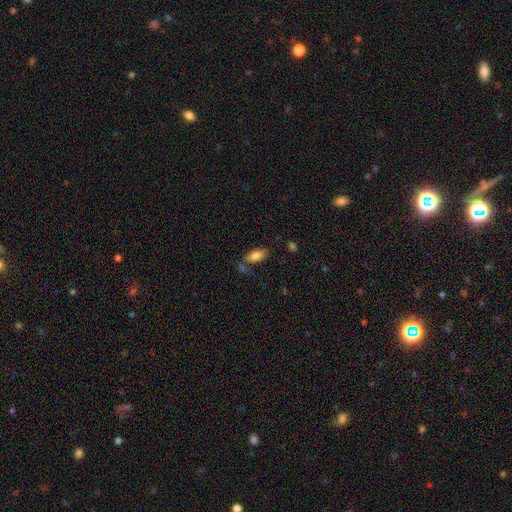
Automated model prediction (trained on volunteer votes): This appears to be a smooth galaxy with no disk features (79%) that is in between round and cigar-shaped (84%). Merging: none (63%).